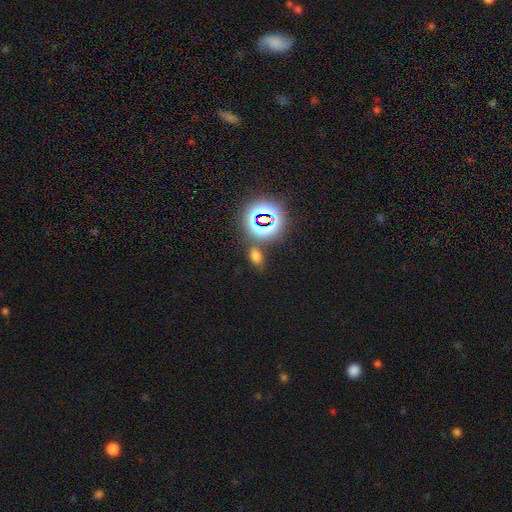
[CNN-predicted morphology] A smooth galaxy with no disk features (58%) that is in between round and cigar-shaped (82%). Merging: none (74%).